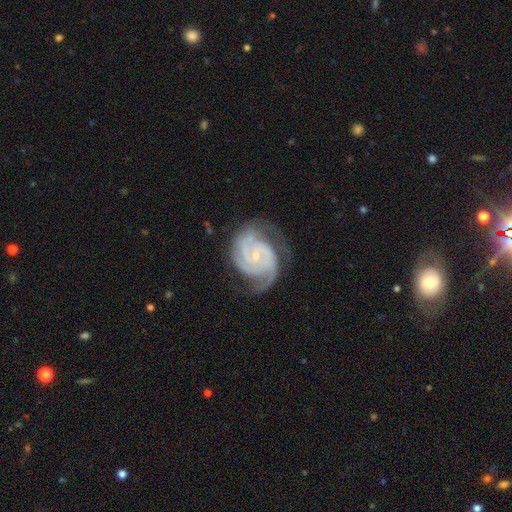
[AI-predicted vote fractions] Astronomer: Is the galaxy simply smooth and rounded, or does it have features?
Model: featured or disk — 91%.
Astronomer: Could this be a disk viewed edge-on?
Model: no — 98%.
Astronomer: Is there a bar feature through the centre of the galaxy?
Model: no — 66%.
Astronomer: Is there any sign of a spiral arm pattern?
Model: yes — 98%.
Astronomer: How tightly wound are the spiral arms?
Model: tight — 57% (runner-up: medium, 37%).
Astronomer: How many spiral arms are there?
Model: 3 — 40% (runner-up: 2, 32%).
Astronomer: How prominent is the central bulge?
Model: small — 81%.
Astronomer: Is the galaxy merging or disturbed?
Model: none — 68%.